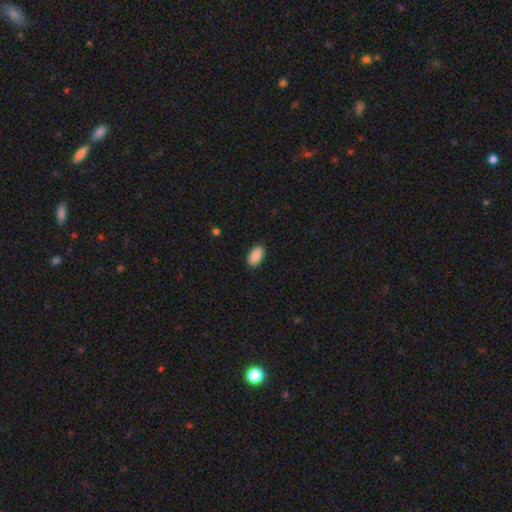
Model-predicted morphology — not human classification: This is clearly a smooth galaxy (91%). How rounded: clearly in between (94%). Merging: clearly none (89%).